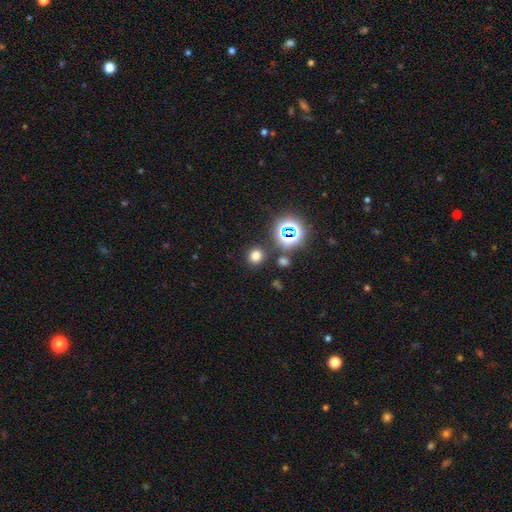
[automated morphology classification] This is likely a smooth galaxy (70%). How rounded: clearly round (87%). Merging: clearly none (86%).